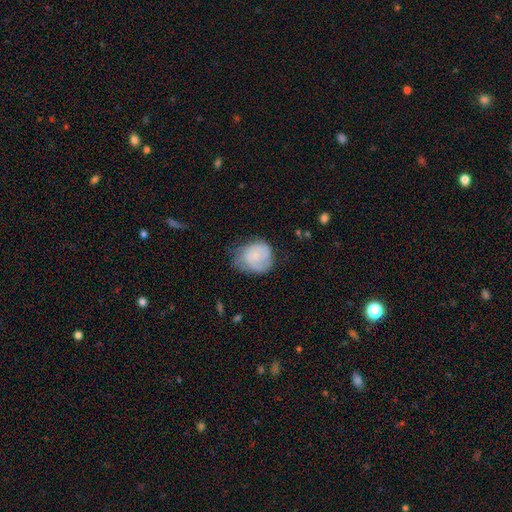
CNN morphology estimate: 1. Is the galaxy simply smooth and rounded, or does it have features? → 50% smooth, 42% featured or disk, 8% star or artifact.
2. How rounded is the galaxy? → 65% round, 34% in between, 1% cigar-shaped.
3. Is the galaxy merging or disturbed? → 45% none, 36% minor disturbance, 17% major disturbance, 2% merger.